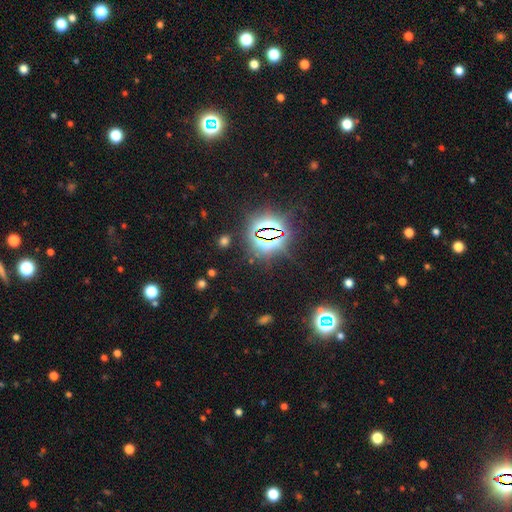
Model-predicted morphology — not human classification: The model was most divided on "smooth or featured": star or artifact: 83%, smooth: 11%, featured or disk: 7%.